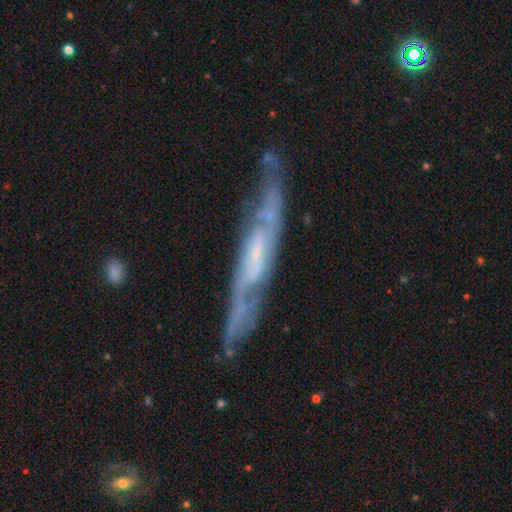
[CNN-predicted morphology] Overall: featured or disk (79%). Edge-on disk: yes (55%; no 45%). Merging: none (74%).